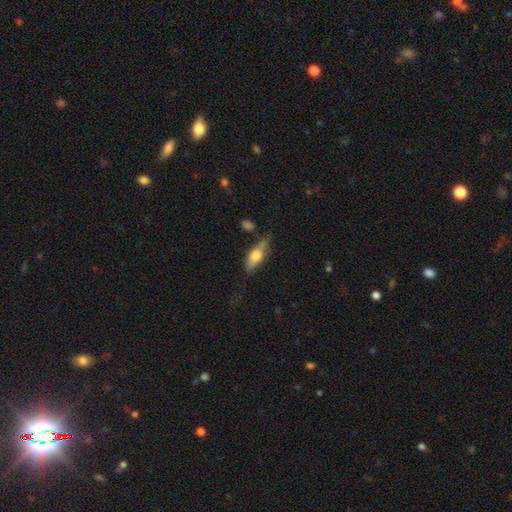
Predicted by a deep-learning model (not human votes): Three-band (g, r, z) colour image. It shows a smooth galaxy with no disk features (54%) that is in between round and cigar-shaped (62%). Merging: none (56%).